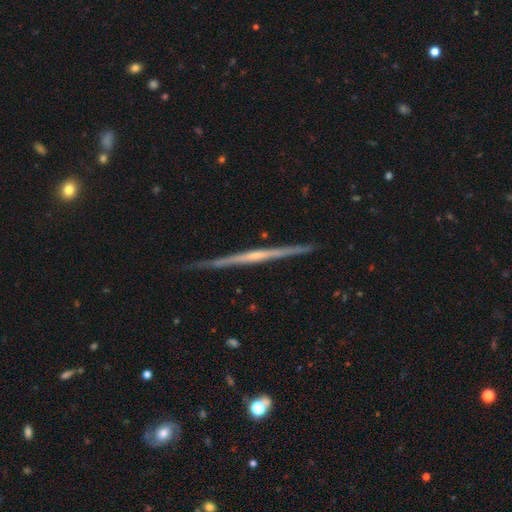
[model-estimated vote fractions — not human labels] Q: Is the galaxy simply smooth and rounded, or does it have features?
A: featured or disk — 81%.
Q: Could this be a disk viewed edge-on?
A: yes — 98%.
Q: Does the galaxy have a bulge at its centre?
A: none — 54%.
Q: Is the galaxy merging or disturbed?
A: none — 89%.